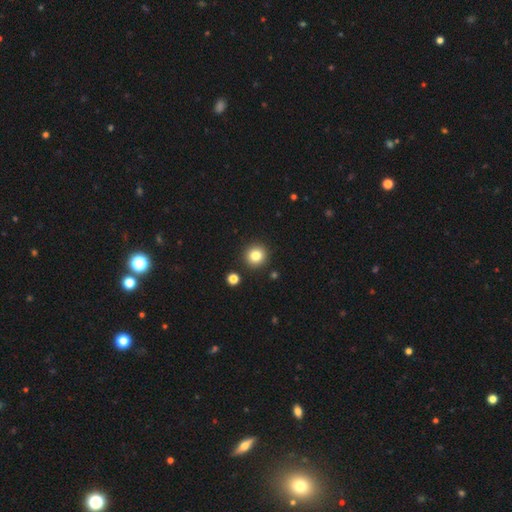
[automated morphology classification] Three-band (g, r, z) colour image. It shows a smooth galaxy with no disk features (82%) that is round (94%). Merging: none (91%).